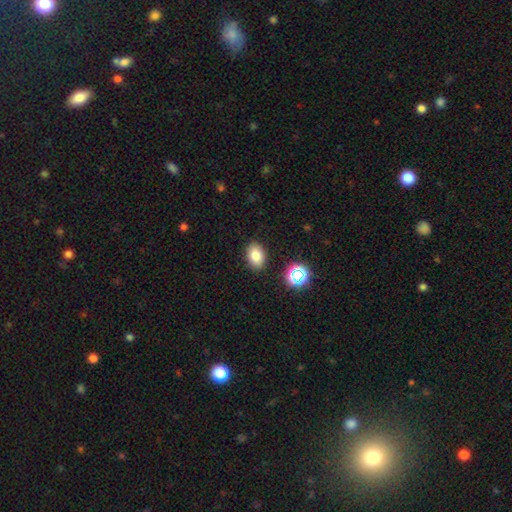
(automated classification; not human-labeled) Smooth or featured? smooth (81%)
How rounded? in between (80%)
Merging? none (87%)